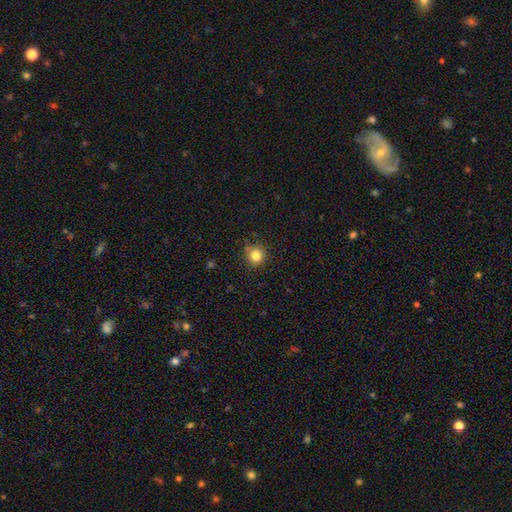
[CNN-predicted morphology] Overall: smooth (81%). How rounded: round (91%). Merging: none (84%).